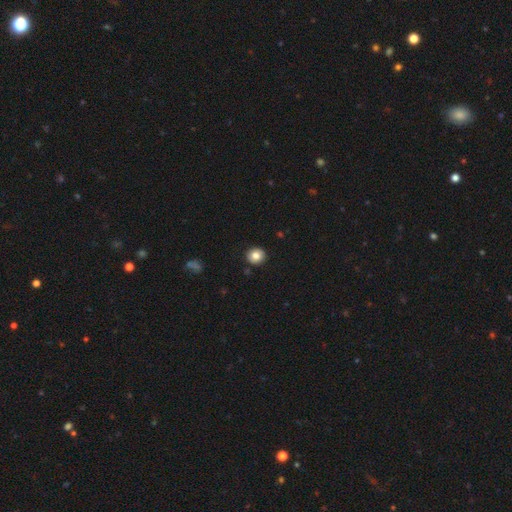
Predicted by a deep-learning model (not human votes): Q: Smooth or featured?
A: smooth (83%); runner-up: star or artifact (10%)
Q: How rounded?
A: round (88%); runner-up: in between (11%)
Q: Merging?
A: none (91%); runner-up: minor disturbance (6%)